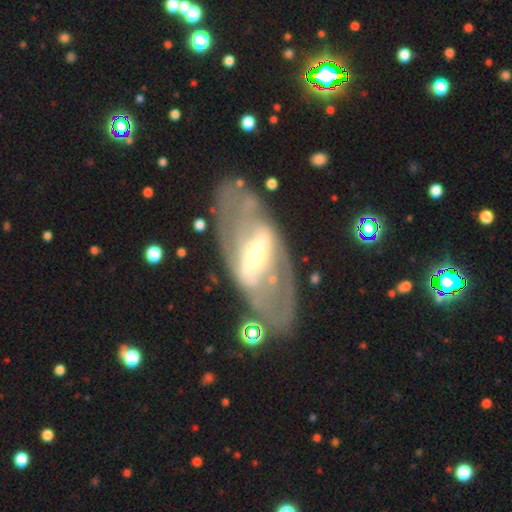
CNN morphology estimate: Smooth or featured: featured or disk — 82% (smooth — 11%)
Edge-on disk: no — 90% (yes — 10%)
Bar: strong — 63% (weak — 26%)
Spiral arms: yes — 77% (no — 23%)
Spiral winding: medium — 41% (tight — 30%)
Spiral arm count: 2 — 75% (can't tell — 16%)
Bulge size: small — 42% (moderate — 41%)
Merging: none — 69% (minor disturbance — 15%)